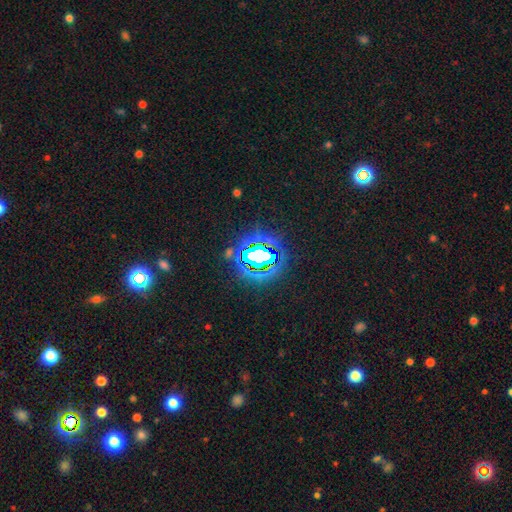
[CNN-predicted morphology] This appears to be a star or artifact, not a galaxy (79%).